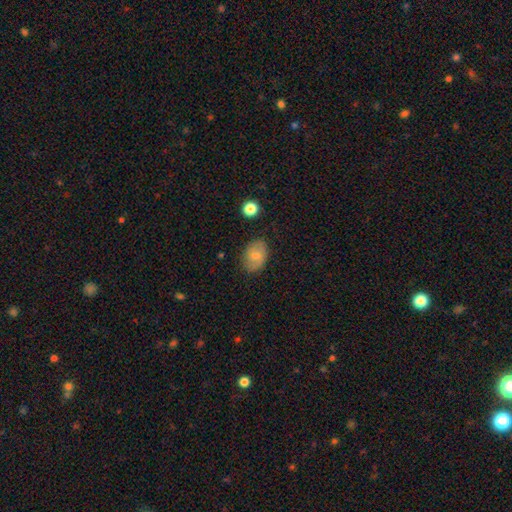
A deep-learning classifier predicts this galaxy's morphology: type=smooth (73%); roundness=in between (81%); merging=none (79%).